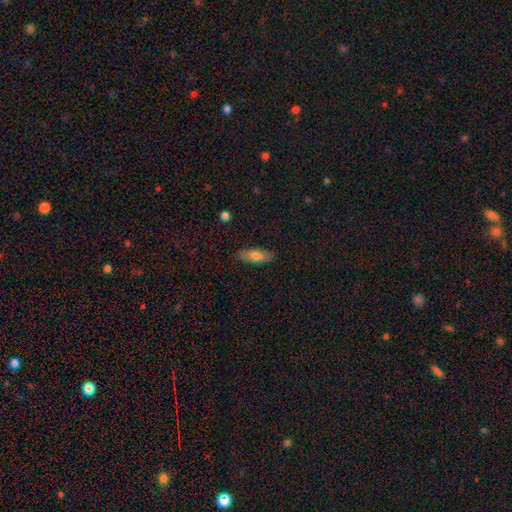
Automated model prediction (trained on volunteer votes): This appears to be a smooth galaxy with no disk features (73%) that is in between round and cigar-shaped (58%). Merging: none (86%).